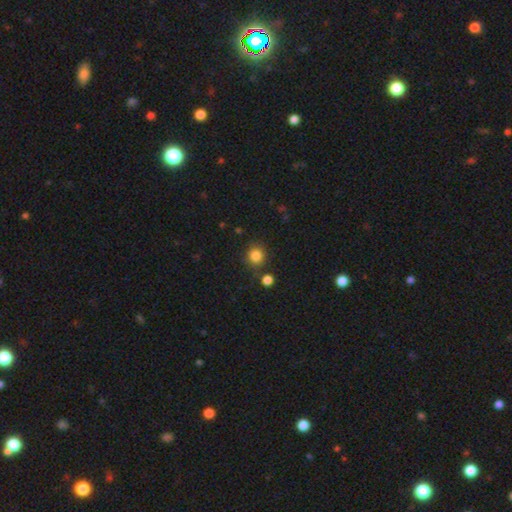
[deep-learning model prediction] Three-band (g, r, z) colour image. It shows a smooth galaxy with no disk features (84%) that is round (86%). Merging: none (80%).